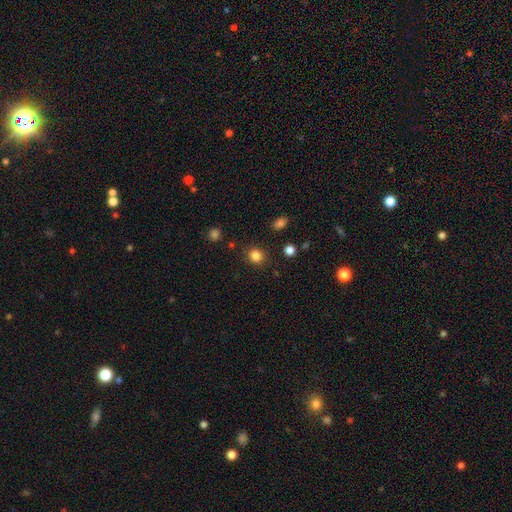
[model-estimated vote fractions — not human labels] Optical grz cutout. It shows a smooth galaxy with no disk features (84%) that is round (84%). Merging: none (88%).